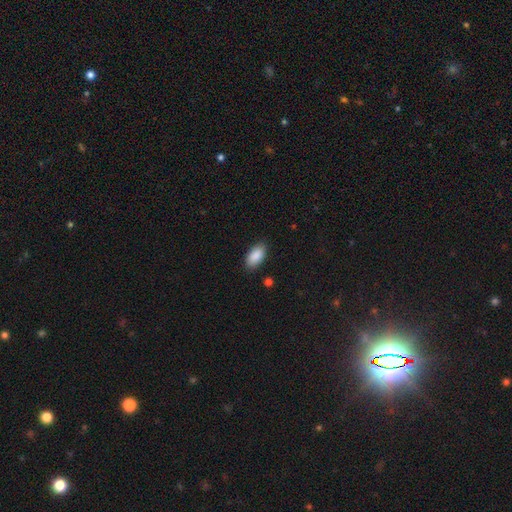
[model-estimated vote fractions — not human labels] Q: Smooth or featured?
A: smooth (89%); runner-up: star or artifact (6%)
Q: How rounded?
A: in between (94%); runner-up: cigar-shaped (3%)
Q: Merging?
A: none (86%); runner-up: minor disturbance (11%)